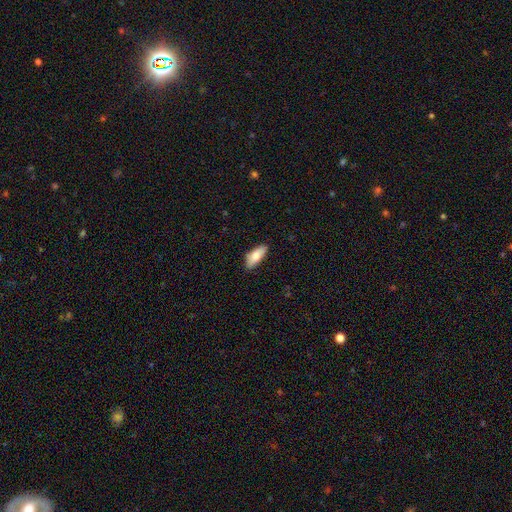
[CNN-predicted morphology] Smooth or featured? smooth (82%)
How rounded? in between (77%)
Merging? none (83%)